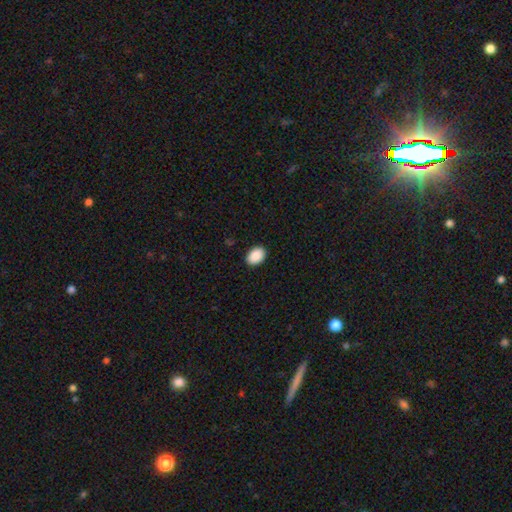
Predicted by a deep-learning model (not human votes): Smooth or featured? Predicted: smooth (p=0.90). How rounded? Predicted: in between (p=0.80). Merging? Predicted: none (p=0.90).